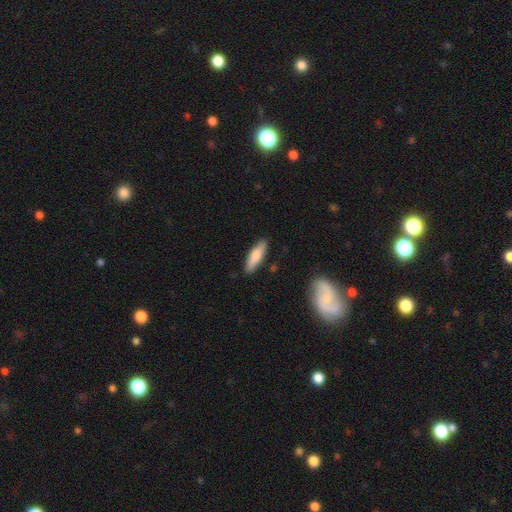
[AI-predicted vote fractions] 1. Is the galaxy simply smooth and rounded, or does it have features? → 78% smooth, 17% featured or disk, 6% star or artifact.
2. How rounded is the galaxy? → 55% cigar-shaped, 43% in between, 2% round.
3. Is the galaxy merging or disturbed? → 87% none, 10% minor disturbance, 2% major disturbance, 2% merger.